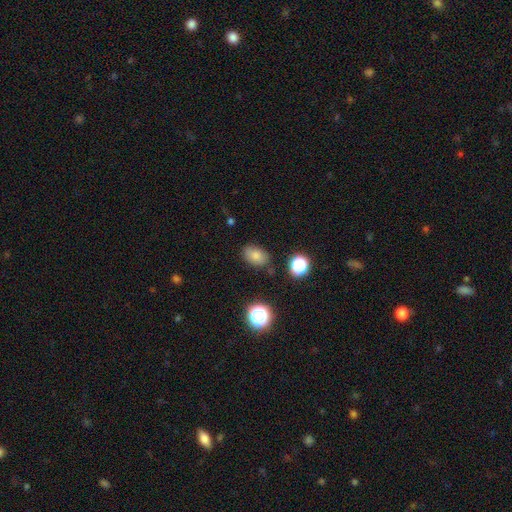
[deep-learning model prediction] Overall: smooth (79%). How rounded: in between (81%). Merging: none (79%).